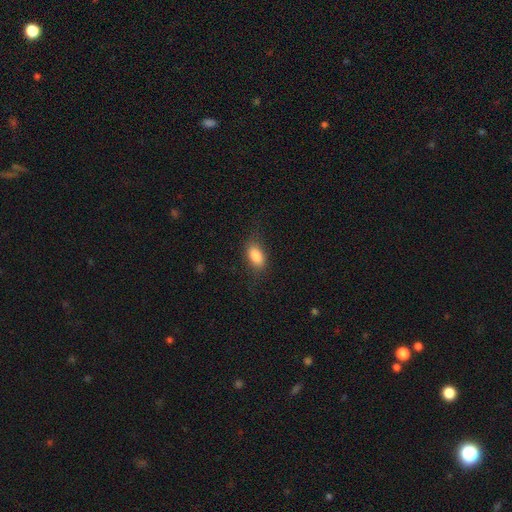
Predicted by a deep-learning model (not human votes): A smooth galaxy with no disk features (85%) that is in between round and cigar-shaped (88%).

Vote fractions:
- Smooth or featured? smooth: 85% / star or artifact: 8% / featured or disk: 7%
- How rounded? in between: 88% / round: 7% / cigar-shaped: 5%
- Merging? none: 78% / minor disturbance: 16% / major disturbance: 6% / merger: 1%